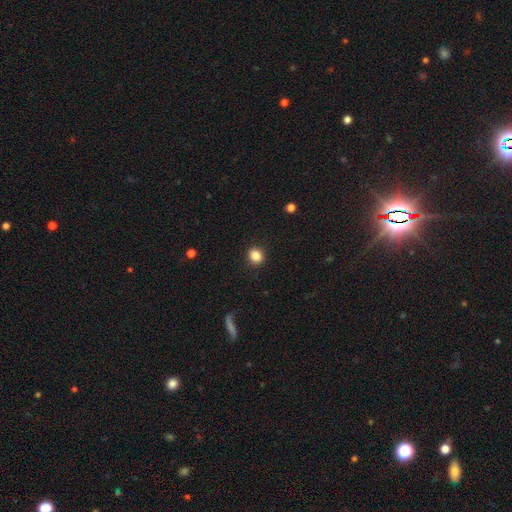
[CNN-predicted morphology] type=smooth (86%); roundness=round (72%); merging=none (90%).